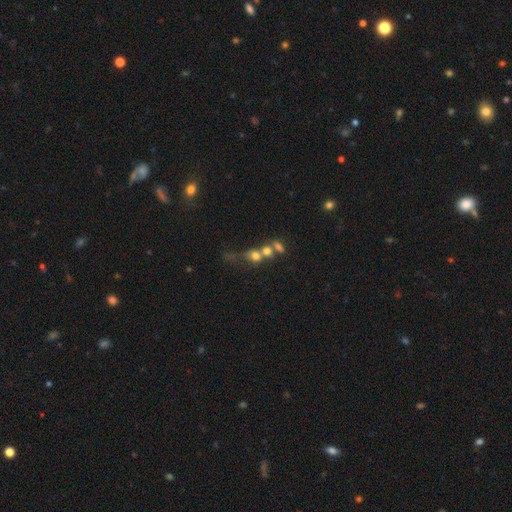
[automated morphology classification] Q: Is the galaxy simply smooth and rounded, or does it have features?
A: smooth — 63%.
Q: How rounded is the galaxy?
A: round — 63%.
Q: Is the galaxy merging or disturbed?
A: merger — 61%.